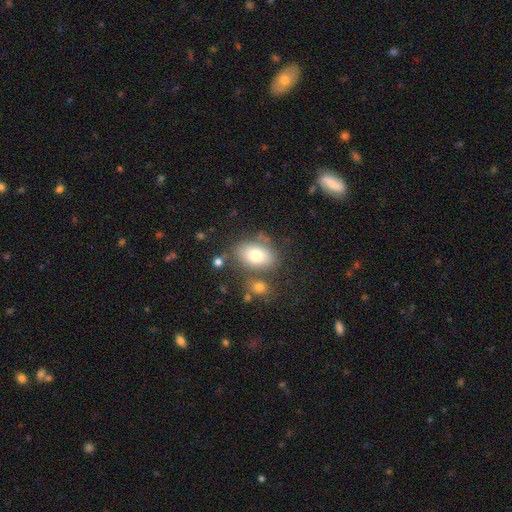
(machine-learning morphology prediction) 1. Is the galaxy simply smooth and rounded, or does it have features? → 76% smooth, 16% featured or disk, 9% star or artifact.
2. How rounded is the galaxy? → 81% in between, 17% round, 1% cigar-shaped.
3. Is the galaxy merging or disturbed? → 65% none, 16% minor disturbance, 12% merger, 7% major disturbance.